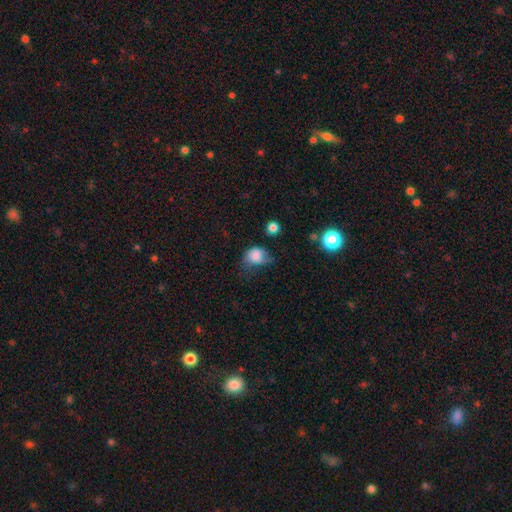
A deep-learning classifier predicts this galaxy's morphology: Overall: smooth (75%). How rounded: in between (50%; round 49%). Merging: minor disturbance (36%; major disturbance 34%).